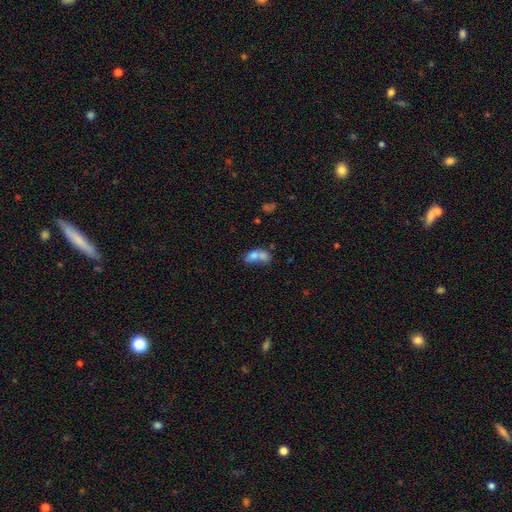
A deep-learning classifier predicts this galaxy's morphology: Smooth or featured?
  - smooth: 70% *
  - featured or disk: 20%
  - star or artifact: 10%
How rounded?
  - in between: 75% *
  - round: 19%
  - cigar-shaped: 6%
Merging?
  - merger: 69% *
  - none: 17%
  - minor disturbance: 8%
  - major disturbance: 7%